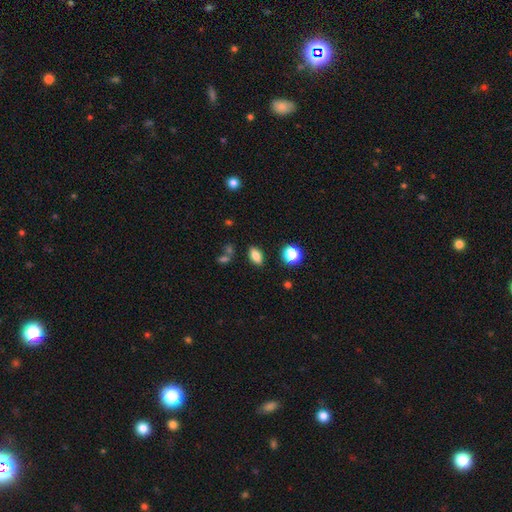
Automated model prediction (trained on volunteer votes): Q: Smooth or featured?
A: smooth (80%); runner-up: star or artifact (11%)
Q: How rounded?
A: in between (84%); runner-up: round (9%)
Q: Merging?
A: none (84%); runner-up: minor disturbance (10%)